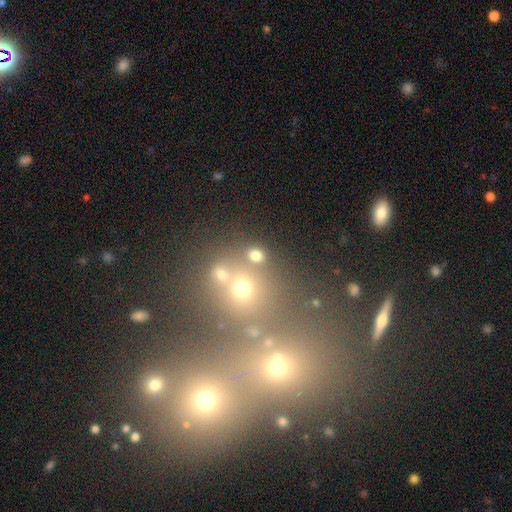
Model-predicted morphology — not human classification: Smooth or featured: smooth — 71% (star or artifact — 20%)
How rounded: round — 70% (in between — 28%)
Merging: none — 67% (merger — 20%)